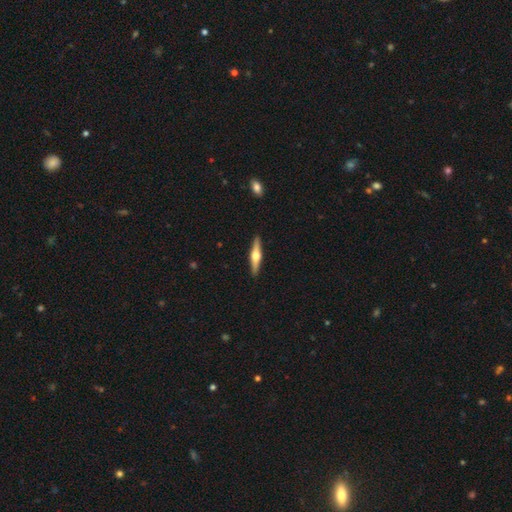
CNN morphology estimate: Smooth or featured: featured or disk — 68% (smooth — 27%)
Edge-on disk: yes — 97% (no — 3%)
Edge-on bulge: rounded — 95% (boxy — 3%)
Merging: none — 92% (minor disturbance — 6%)